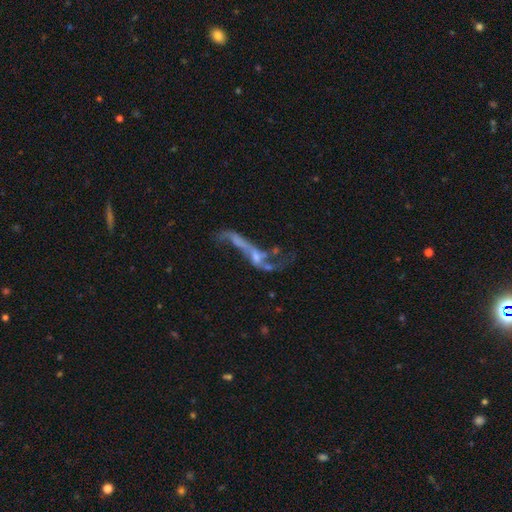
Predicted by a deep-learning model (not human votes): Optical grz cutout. It shows a featured or disk galaxy (76%) with no bar (57%), spiral arms (69%) and a small central bulge (43%). Merging: major disturbance (32%).